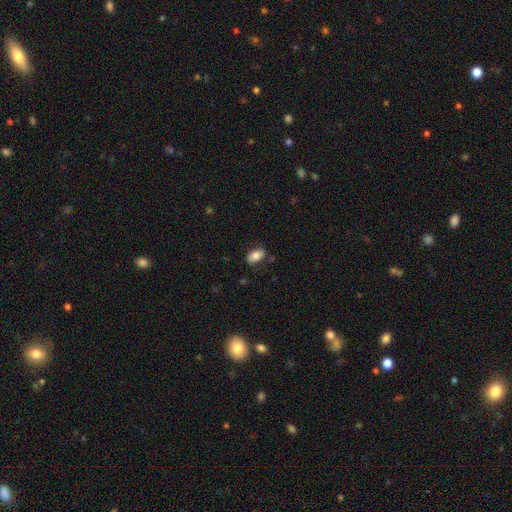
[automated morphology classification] Smooth or featured: smooth — 79% (featured or disk — 13%)
How rounded: in between — 91% (round — 6%)
Merging: none — 80% (minor disturbance — 15%)